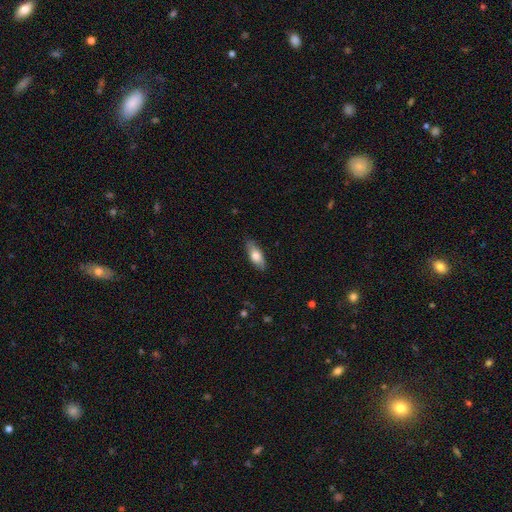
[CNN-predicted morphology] A smooth galaxy with no disk features (69%) that is in between round and cigar-shaped (72%).

Vote fractions:
- Smooth or featured? smooth: 69% / featured or disk: 25% / star or artifact: 6%
- How rounded? in between: 72% / cigar-shaped: 26% / round: 3%
- Merging? none: 83% / minor disturbance: 13% / major disturbance: 3% / merger: 1%